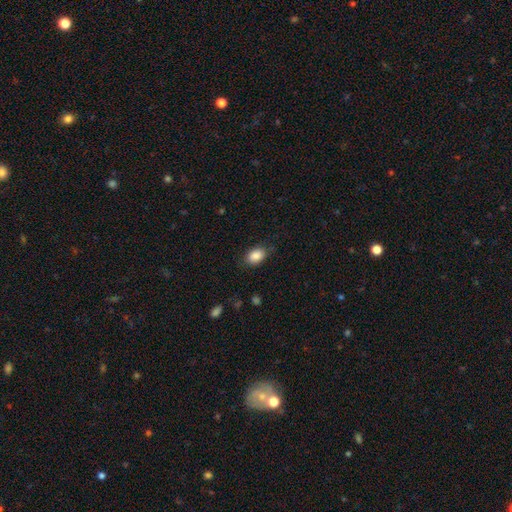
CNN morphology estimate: type=smooth (87%); roundness=in between (82%); merging=none (77%).